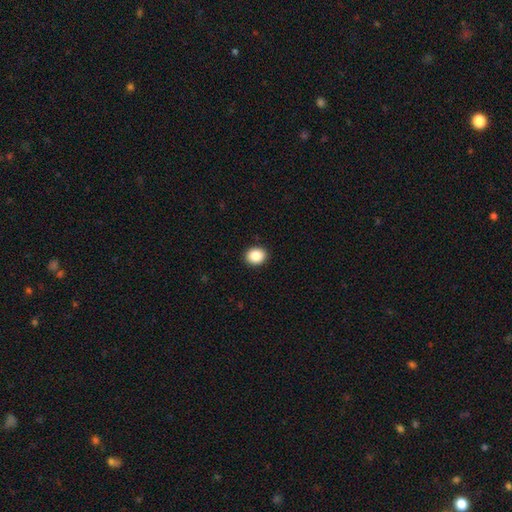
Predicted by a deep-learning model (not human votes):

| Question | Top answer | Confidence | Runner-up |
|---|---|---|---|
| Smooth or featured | smooth | 88% | star or artifact (9%) |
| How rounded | round | 65% | in between (34%) |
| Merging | none | 91% | minor disturbance (6%) |